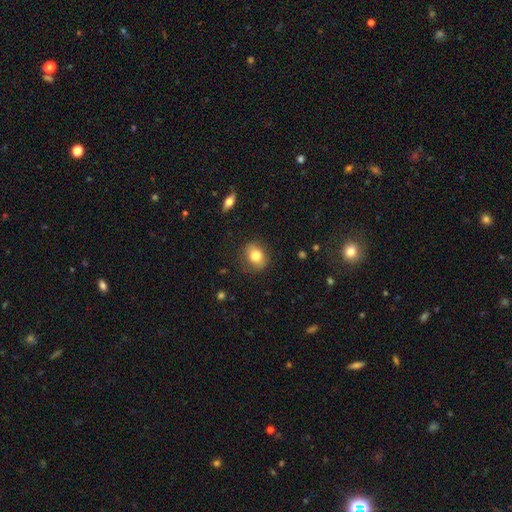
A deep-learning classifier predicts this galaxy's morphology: Overall: smooth (78%). How rounded: round (52%; in between 46%). Merging: none (81%).